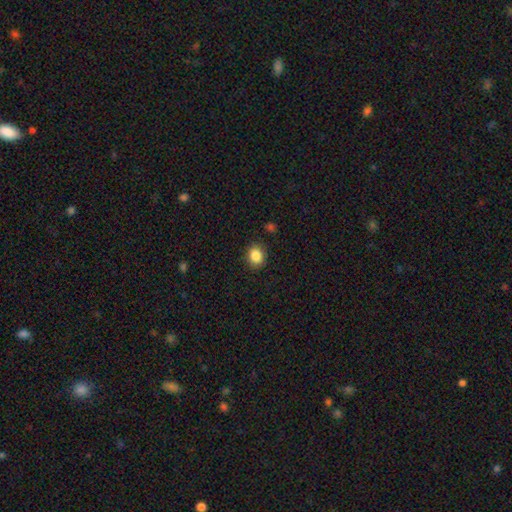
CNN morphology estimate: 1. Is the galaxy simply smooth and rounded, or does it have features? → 86% smooth, 10% star or artifact, 5% featured or disk.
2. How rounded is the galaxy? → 62% round, 37% in between, 1% cigar-shaped.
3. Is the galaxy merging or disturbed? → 87% none, 9% minor disturbance, 3% major disturbance, 1% merger.